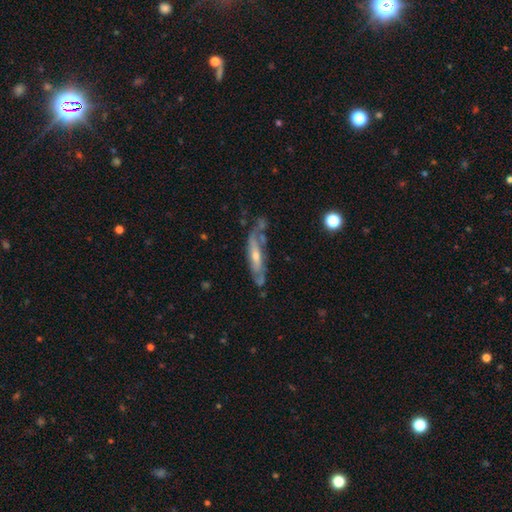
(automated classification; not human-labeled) featured or disk 70%, smooth 23%, star or artifact 6%. Down the decision tree: edge-on disk — no (61%); merging — none (50%).